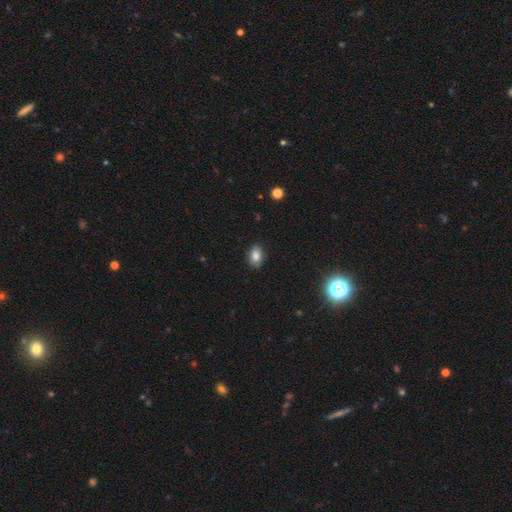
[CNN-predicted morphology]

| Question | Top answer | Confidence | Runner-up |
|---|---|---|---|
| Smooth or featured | smooth | 83% | star or artifact (10%) |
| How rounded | in between | 81% | round (18%) |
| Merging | none | 87% | minor disturbance (10%) |